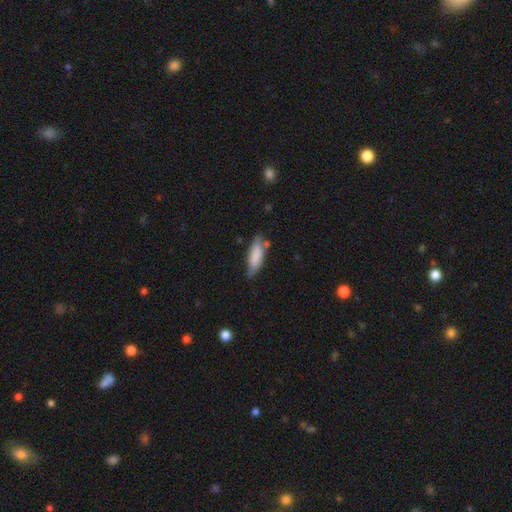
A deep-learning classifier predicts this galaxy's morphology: Smooth or featured? smooth (81%)
How rounded? in between (60%)
Merging? none (65%)